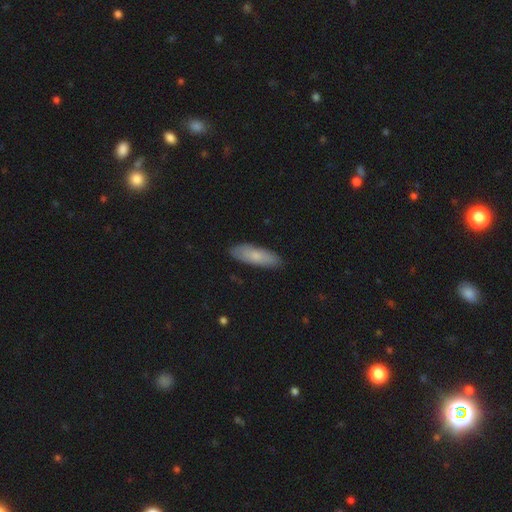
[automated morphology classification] smooth-or-featured: smooth: 76% | featured or disk: 18% | star or artifact: 6%
  how-rounded: in between: 56% | cigar-shaped: 42% | round: 2%
  merging: none: 86% | minor disturbance: 11% | major disturbance: 2% | merger: 1%